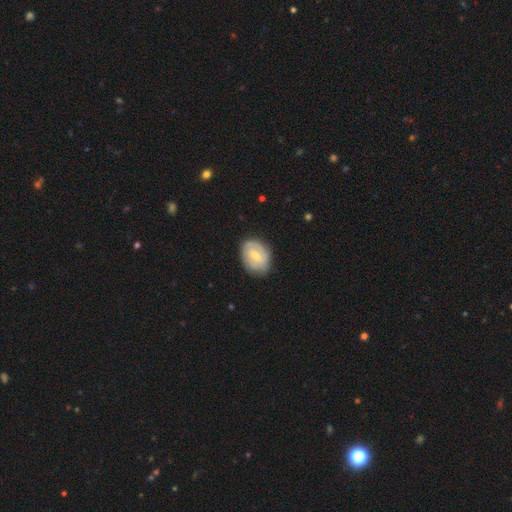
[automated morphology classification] smooth-or-featured: featured or disk: 55% | smooth: 39% | star or artifact: 6%
  disk-edge-on: no: 96% | yes: 4%
    bar: weak: 53% | no: 34% | strong: 13%
    has-spiral-arms: yes: 73% | no: 27%
    bulge-size: small: 60% | moderate: 34% | none: 3% | large: 2% | dominant: 1%
  merging: none: 77% | minor disturbance: 17% | major disturbance: 5% | merger: 1%